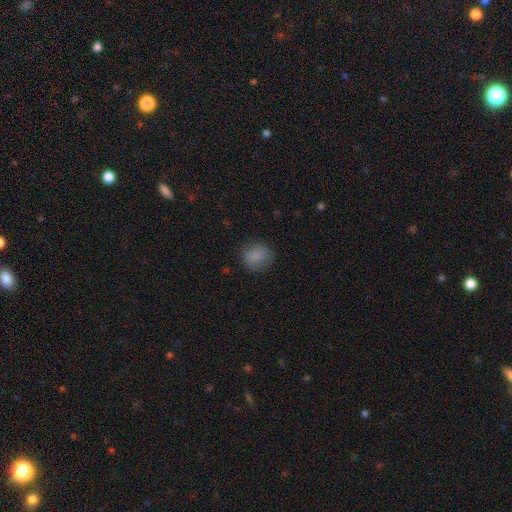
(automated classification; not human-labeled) Overall: smooth (84%). How rounded: round (76%). Merging: none (80%).